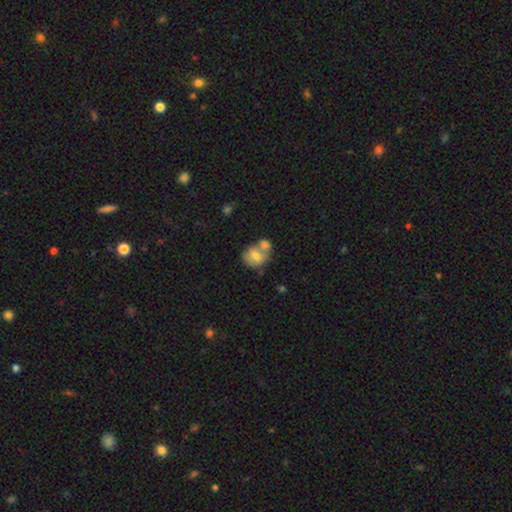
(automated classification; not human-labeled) This appears to be a smooth galaxy with no disk features (70%) that is round (62%). Merging: merger (53%).